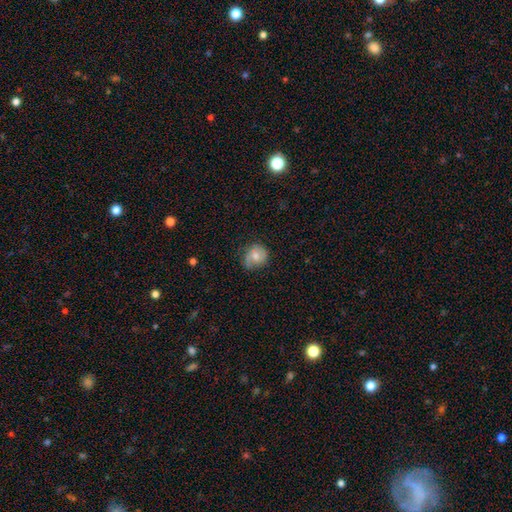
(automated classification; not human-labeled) This is likely a smooth galaxy (64%). How rounded: likely round (78%). Merging: likely none (65%).